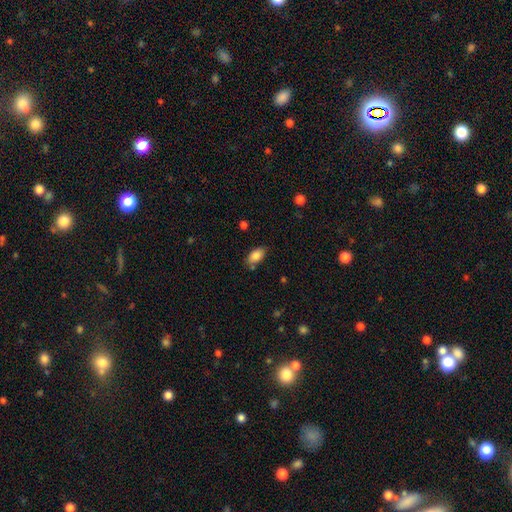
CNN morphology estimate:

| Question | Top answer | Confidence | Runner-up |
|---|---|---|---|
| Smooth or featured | smooth | 85% | star or artifact (8%) |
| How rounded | in between | 92% | round (5%) |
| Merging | none | 73% | minor disturbance (18%) |